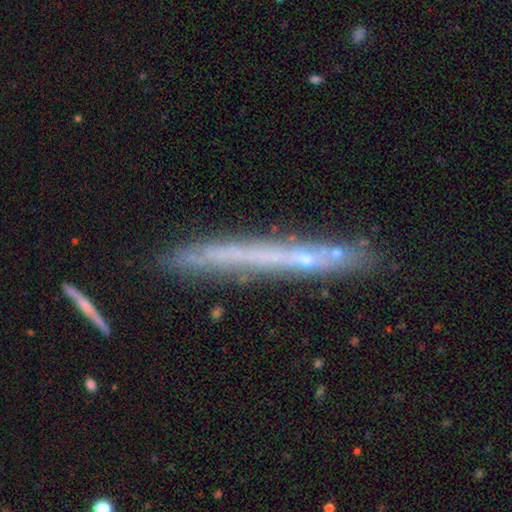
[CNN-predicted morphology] Smooth or featured? featured or disk (57%)
Edge-on disk? yes (91%)
Edge-on bulge? none (82%)
Merging? none (82%)